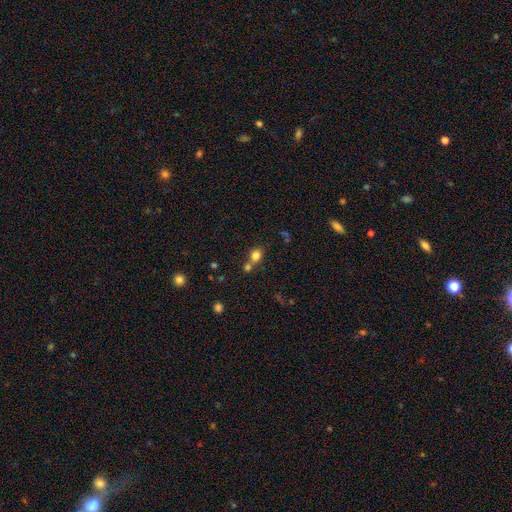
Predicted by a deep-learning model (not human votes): smooth_or_featured: smooth (p=0.79) [alt: star or artifact p=0.13]
how_rounded: round (p=0.74) [alt: in between p=0.25]
merging: none (p=0.52) [alt: merger p=0.36]